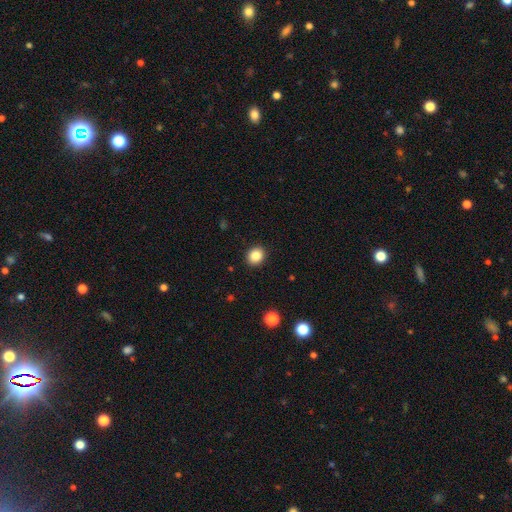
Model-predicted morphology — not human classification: Smooth or featured? Predicted: smooth (p=0.85). How rounded? Predicted: round (p=0.69). Merging? Predicted: none (p=0.91).